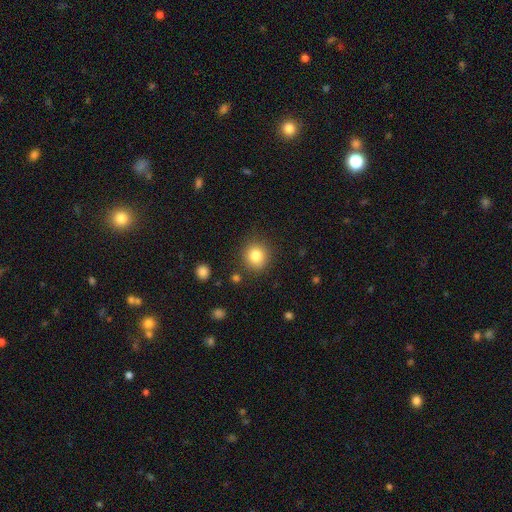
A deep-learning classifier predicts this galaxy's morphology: Overall: smooth (82%). How rounded: round (89%). Merging: none (87%).